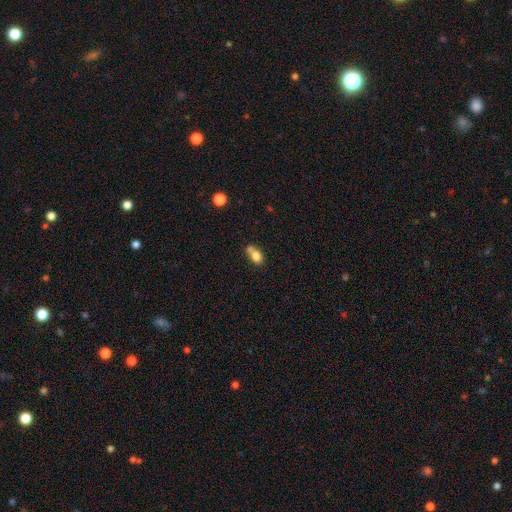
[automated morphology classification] smooth-or-featured: smooth: 78% | featured or disk: 13% | star or artifact: 10%
  how-rounded: in between: 72% | round: 24% | cigar-shaped: 3%
  merging: none: 37% | merger: 36% | minor disturbance: 19% | major disturbance: 7%